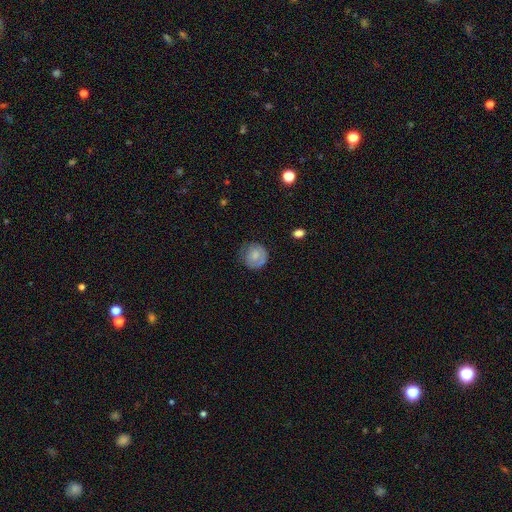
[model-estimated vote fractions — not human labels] Smooth or featured? smooth (63%)
How rounded? round (86%)
Merging? none (66%)